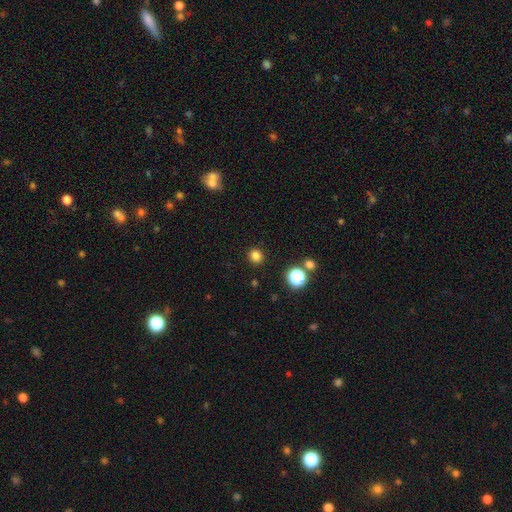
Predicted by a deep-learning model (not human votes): A smooth galaxy with no disk features (81%) that is round (92%). Merging: none (92%).